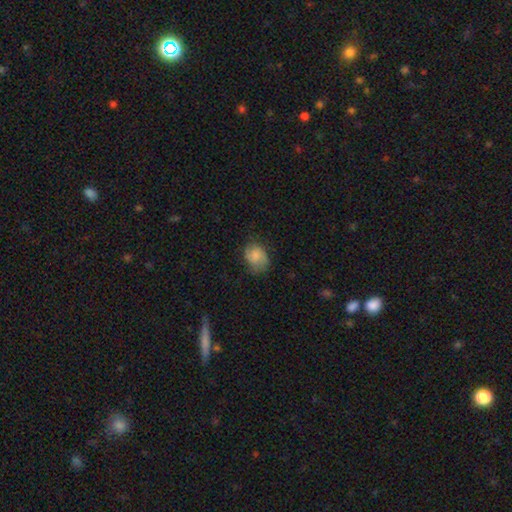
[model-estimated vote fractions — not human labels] Smooth or featured? smooth (75%)
How rounded? in between (55%)
Merging? none (58%)